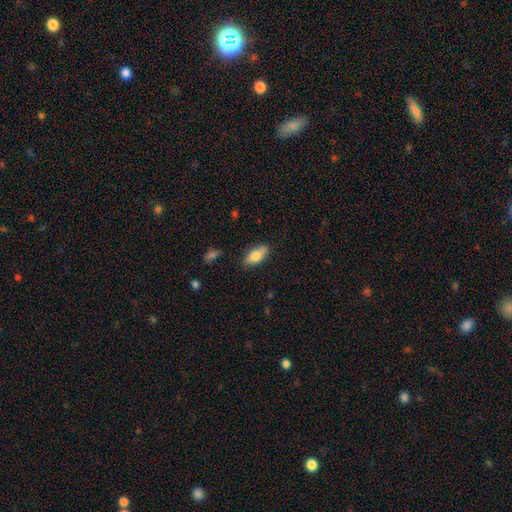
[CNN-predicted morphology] type=smooth (78%); roundness=in between (85%); merging=none (81%).